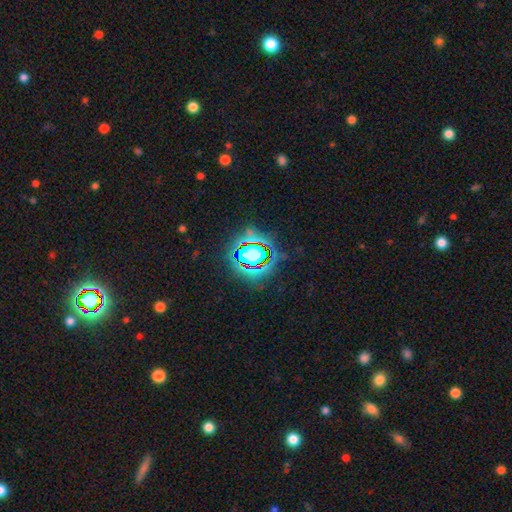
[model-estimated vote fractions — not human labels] Morphology: type=star or artifact (82%).